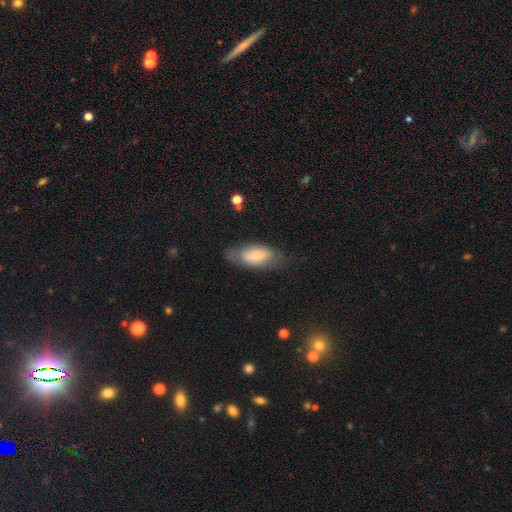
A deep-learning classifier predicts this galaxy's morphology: Smooth or featured? Predicted: smooth (p=0.58). How rounded? Predicted: in between (p=0.86). Merging? Predicted: none (p=0.63).